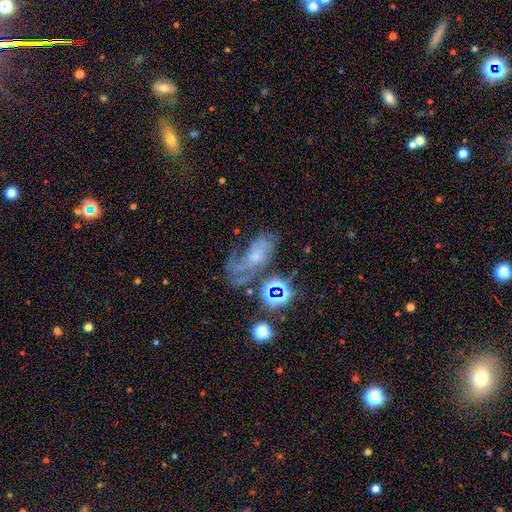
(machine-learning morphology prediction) Q: Smooth or featured?
A: featured or disk (64%); runner-up: smooth (18%)
Q: Edge-on disk?
A: no (95%); runner-up: yes (5%)
Q: Bar?
A: no (69%); runner-up: weak (25%)
Q: Spiral arms?
A: yes (86%); runner-up: no (14%)
Q: Spiral winding?
A: medium (42%); runner-up: tight (34%)
Q: Spiral arm count?
A: can't tell (31%); tied with: 2 (31%)
Q: Bulge size?
A: small (51%); runner-up: moderate (27%)
Q: Merging?
A: none (37%); runner-up: major disturbance (32%)